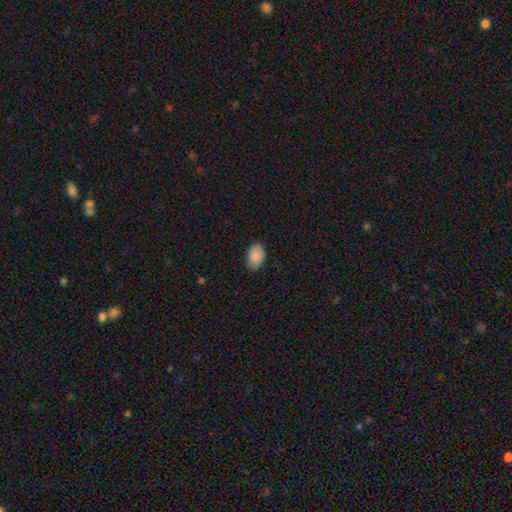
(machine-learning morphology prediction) Smooth or featured: smooth — 89% (star or artifact — 7%)
How rounded: in between — 91% (round — 7%)
Merging: none — 85% (minor disturbance — 11%)